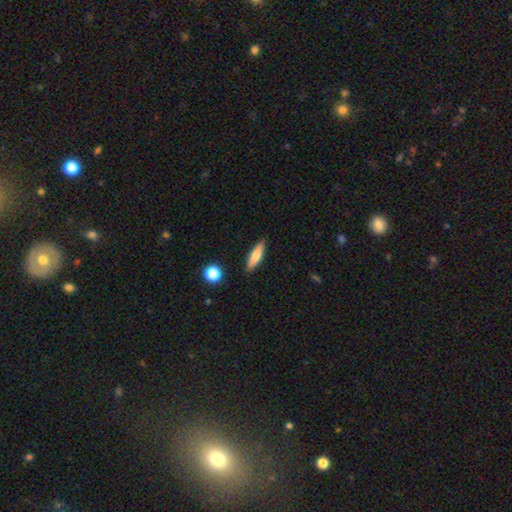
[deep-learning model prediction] This appears to be a smooth galaxy with no disk features (70%) that is cigar-shaped (70%). Merging: none (88%).